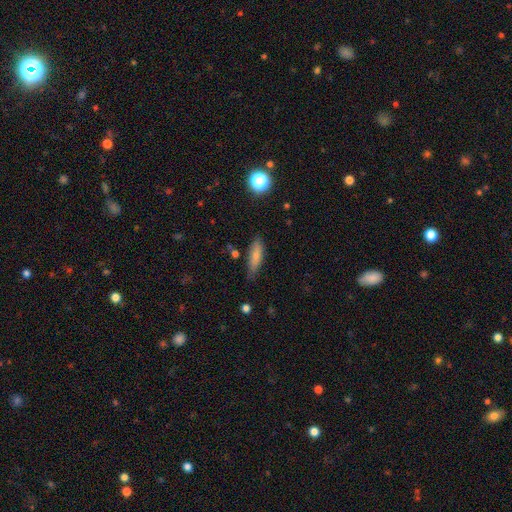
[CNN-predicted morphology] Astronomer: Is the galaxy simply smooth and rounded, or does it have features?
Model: smooth — 78%.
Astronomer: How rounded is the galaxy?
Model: cigar-shaped — 53% (runner-up: in between, 45%).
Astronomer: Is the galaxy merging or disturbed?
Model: none — 75%.